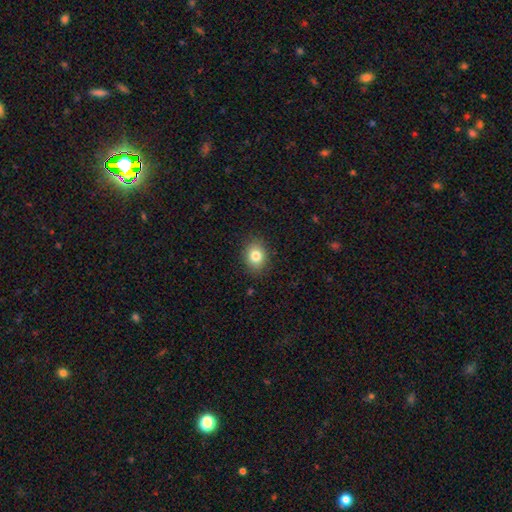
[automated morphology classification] smooth_or_featured: smooth (p=0.82) [alt: star or artifact p=0.10]
how_rounded: in between (p=0.54) [alt: round p=0.45]
merging: none (p=0.87) [alt: minor disturbance p=0.09]